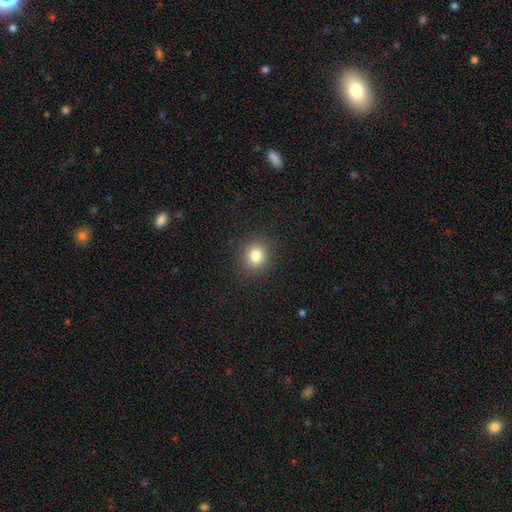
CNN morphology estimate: smooth_or_featured: smooth (p=0.81) [alt: star or artifact p=0.12]
how_rounded: round (p=0.84) [alt: in between p=0.15]
merging: none (p=0.90) [alt: minor disturbance p=0.07]